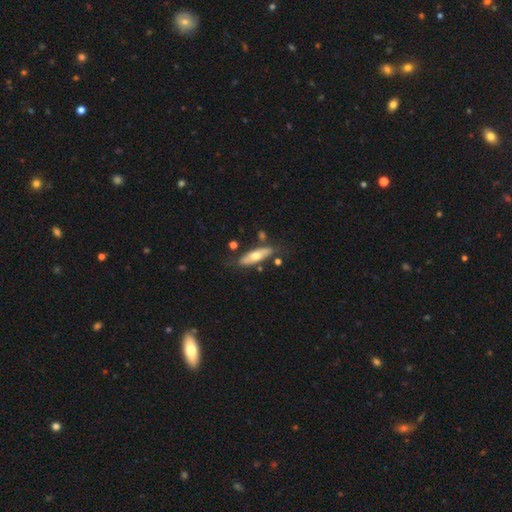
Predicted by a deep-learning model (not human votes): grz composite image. It shows a smooth galaxy with no disk features (55%) that is in between round and cigar-shaped (51%). Merging: none (70%).